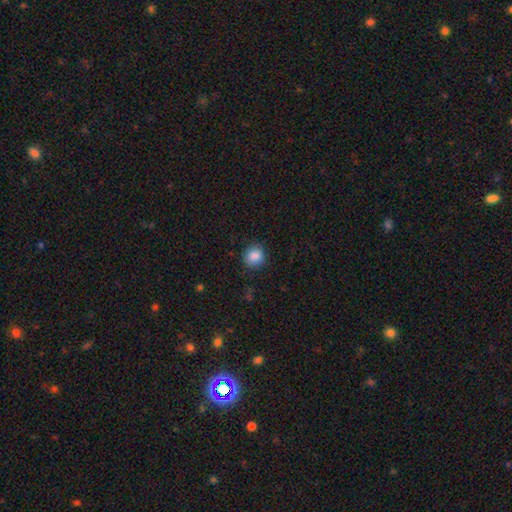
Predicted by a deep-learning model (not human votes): Overall: smooth (87%). How rounded: round (86%). Merging: none (85%).